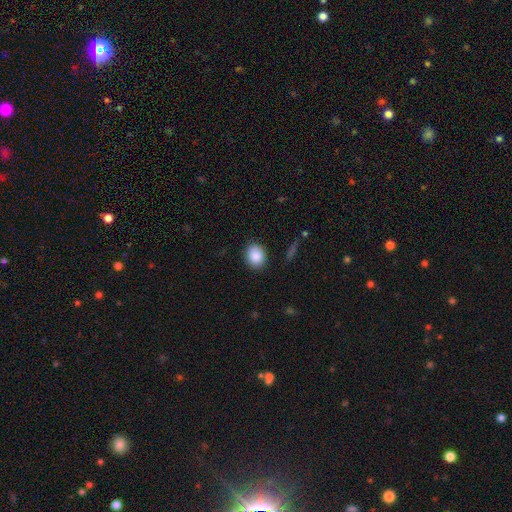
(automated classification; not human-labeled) Smooth or featured?
  - smooth: 88% *
  - star or artifact: 8%
  - featured or disk: 4%
How rounded?
  - round: 53% *
  - in between: 46%
  - cigar-shaped: 1%
Merging?
  - none: 87% *
  - minor disturbance: 9%
  - major disturbance: 3%
  - merger: 1%